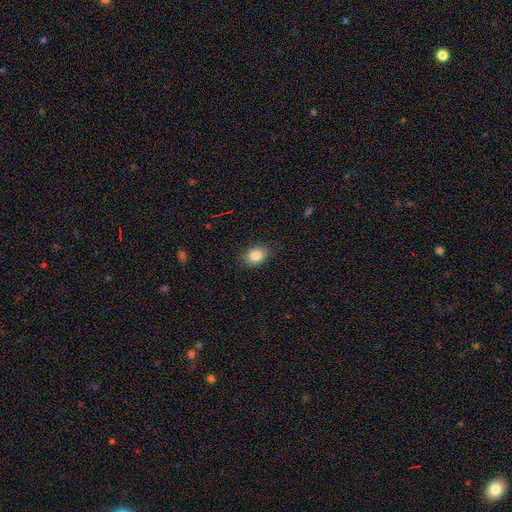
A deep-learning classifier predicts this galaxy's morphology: smooth_or_featured: smooth (p=0.85) [alt: star or artifact p=0.09]
how_rounded: in between (p=0.71) [alt: round p=0.28]
merging: none (p=0.84) [alt: minor disturbance p=0.12]